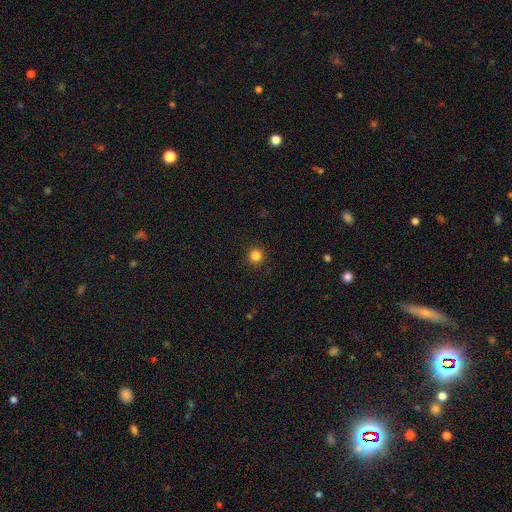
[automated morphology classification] This appears to be a smooth galaxy with no disk features (85%) that is round (95%). Merging: none (91%).